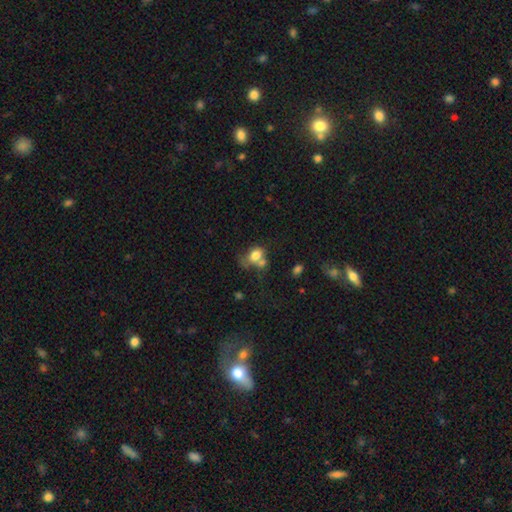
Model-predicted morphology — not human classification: Smooth or featured? Predicted: smooth (p=0.75). How rounded? Predicted: in between (p=0.63). Merging? Predicted: merger (p=0.42).